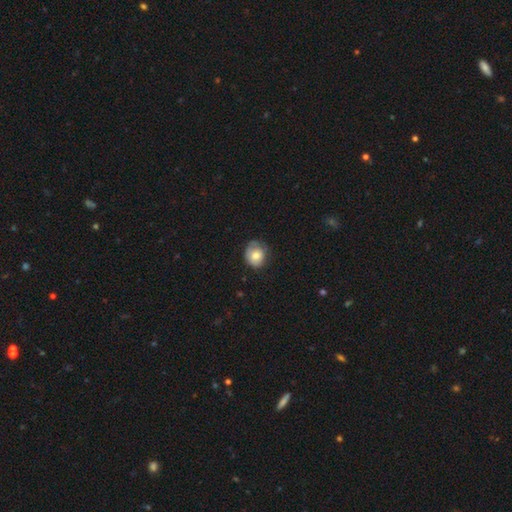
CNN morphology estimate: smooth-or-featured: smooth: 74% | featured or disk: 18% | star or artifact: 8%
  how-rounded: round: 68% | in between: 32% | cigar-shaped: 1%
  merging: none: 58% | minor disturbance: 31% | major disturbance: 10% | merger: 1%